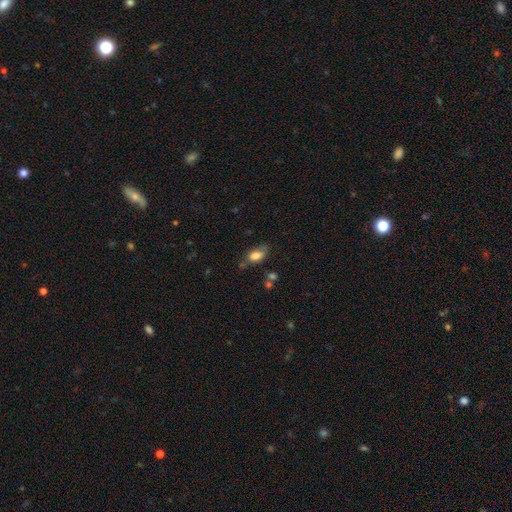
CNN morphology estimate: Q: Smooth or featured?
A: smooth (77%); runner-up: featured or disk (14%)
Q: How rounded?
A: in between (88%); runner-up: round (7%)
Q: Merging?
A: none (52%); runner-up: minor disturbance (29%)